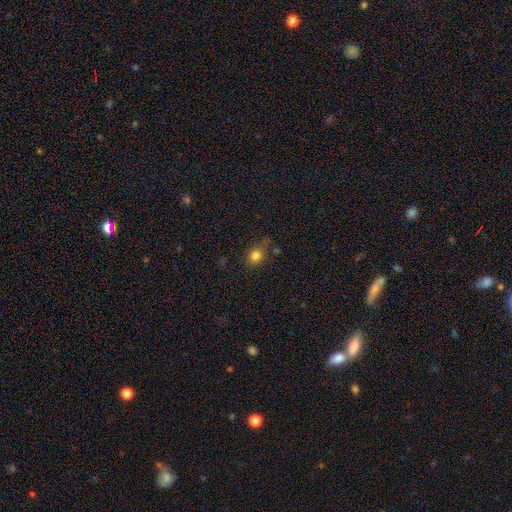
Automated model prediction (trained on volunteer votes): A smooth galaxy with no disk features (81%) that is round (75%).

Vote fractions:
- Smooth or featured? smooth: 81% / star or artifact: 13% / featured or disk: 6%
- How rounded? round: 75% / in between: 24% / cigar-shaped: 1%
- Merging? none: 69% / minor disturbance: 19% / major disturbance: 6% / merger: 6%